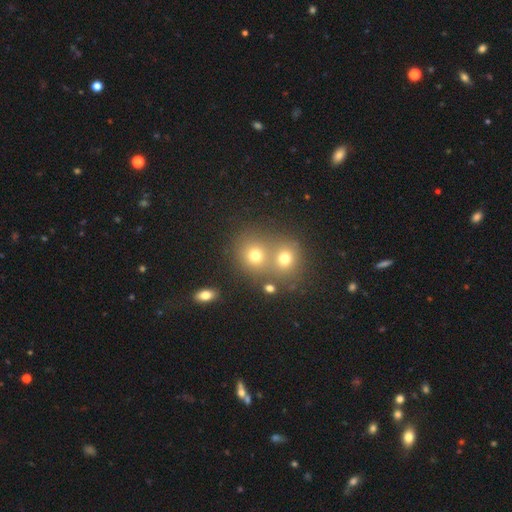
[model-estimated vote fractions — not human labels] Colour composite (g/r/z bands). It shows a smooth galaxy with no disk features (67%) that is round (76%). Merging: merger (51%).